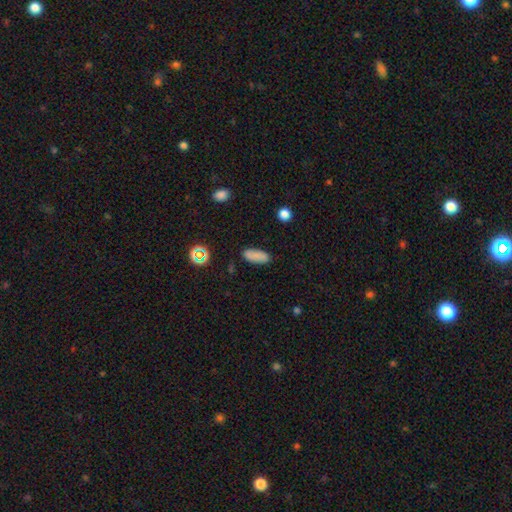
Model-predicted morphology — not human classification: smooth-or-featured: smooth: 83% | star or artifact: 10% | featured or disk: 7%
  how-rounded: in between: 77% | cigar-shaped: 20% | round: 3%
  merging: none: 83% | minor disturbance: 12% | major disturbance: 3% | merger: 2%